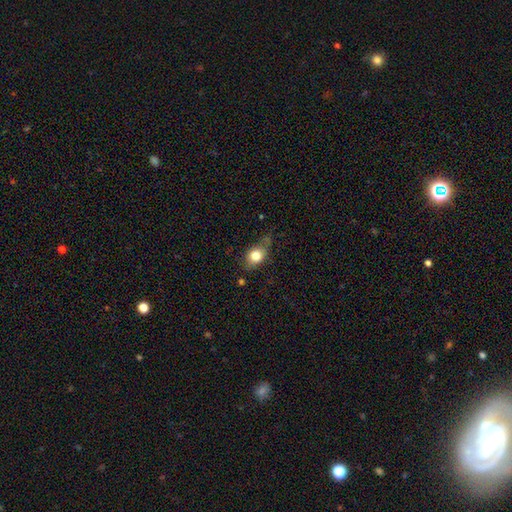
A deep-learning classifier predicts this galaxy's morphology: smooth 77%, featured or disk 15%, star or artifact 8%. Down the decision tree: how rounded — in between (67%); merging — none (55%).